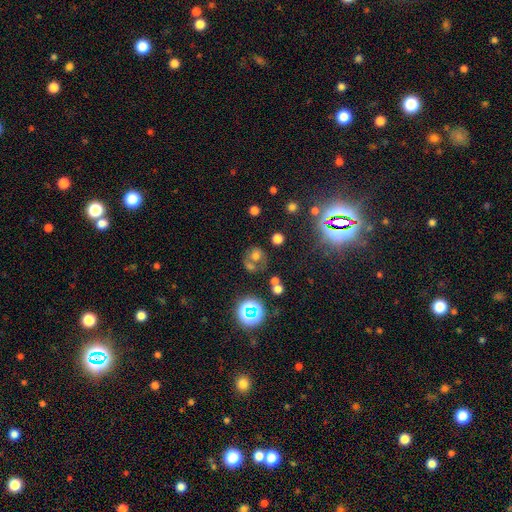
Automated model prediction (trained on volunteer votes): A smooth galaxy with no disk features (56%) that is round (77%).

Vote fractions:
- Smooth or featured? smooth: 56% / star or artifact: 26% / featured or disk: 19%
- How rounded? round: 77% / in between: 22% / cigar-shaped: 1%
- Merging? none: 43% / merger: 35% / minor disturbance: 13% / major disturbance: 10%